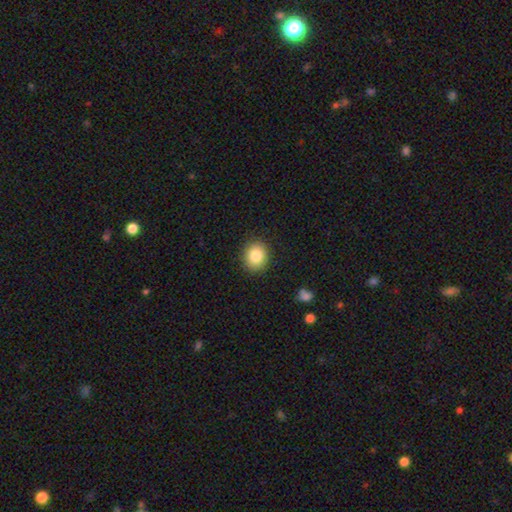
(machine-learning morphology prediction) type=smooth (84%); roundness=round (72%); merging=none (89%).